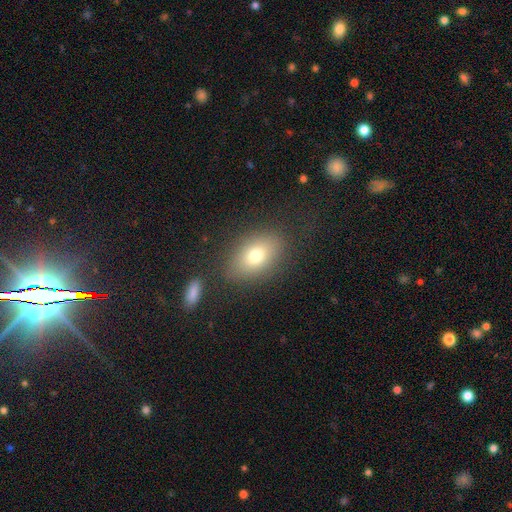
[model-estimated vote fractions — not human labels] A smooth galaxy with no disk features (74%) that is in between round and cigar-shaped (83%). Merging: none (79%).